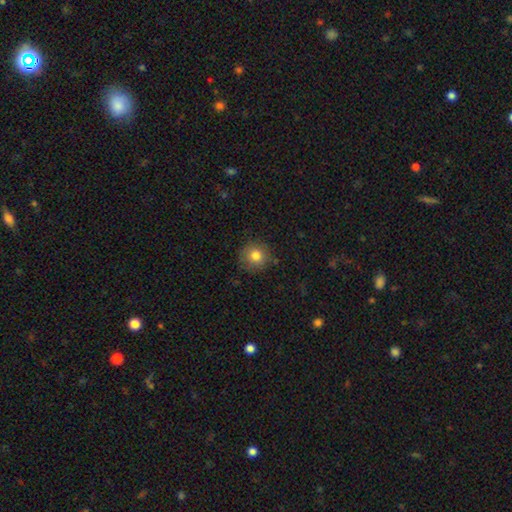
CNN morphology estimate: Overall: smooth (81%). How rounded: round (93%). Merging: none (86%).